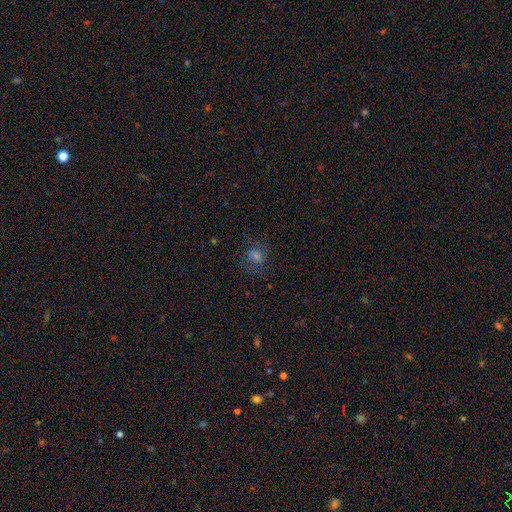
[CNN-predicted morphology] Smooth or featured? smooth (44%)
Merging? none (70%)